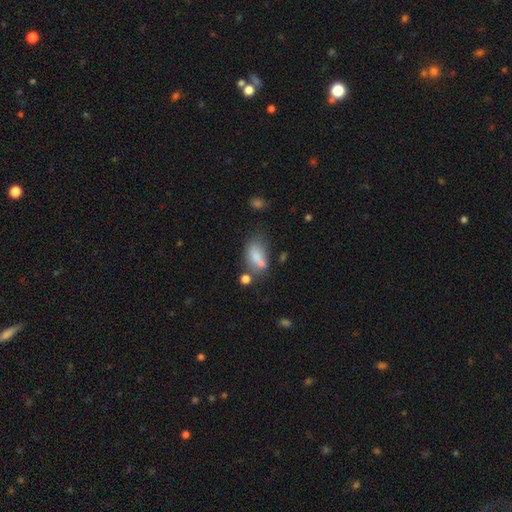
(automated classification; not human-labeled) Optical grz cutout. It shows a smooth galaxy with no disk features (71%) that is in between round and cigar-shaped (86%). Merging: none (36%).